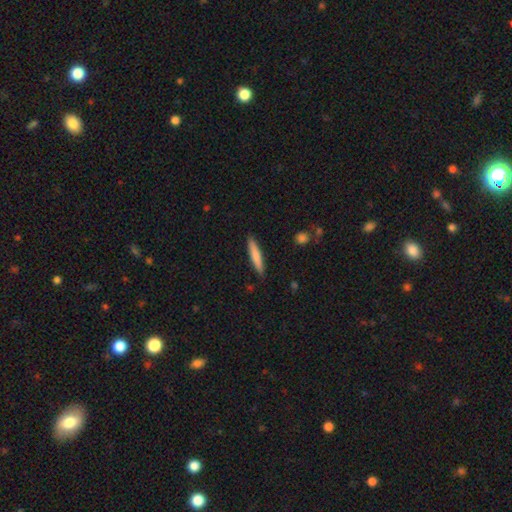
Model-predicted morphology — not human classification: A smooth galaxy with no disk features (76%) that is cigar-shaped (91%). Merging: none (89%).